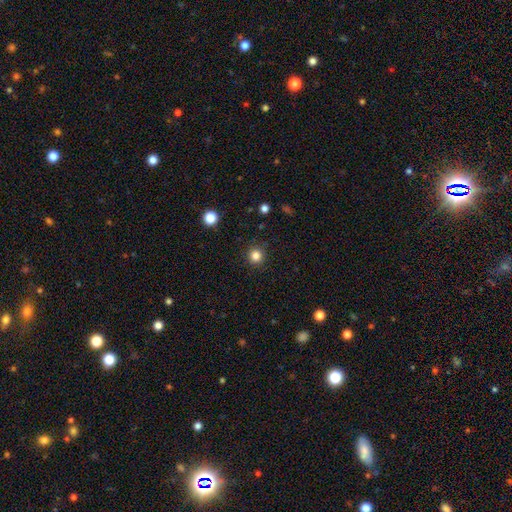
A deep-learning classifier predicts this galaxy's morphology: Smooth or featured? Predicted: smooth (p=0.83). How rounded? Predicted: round (p=0.94). Merging? Predicted: none (p=0.91).